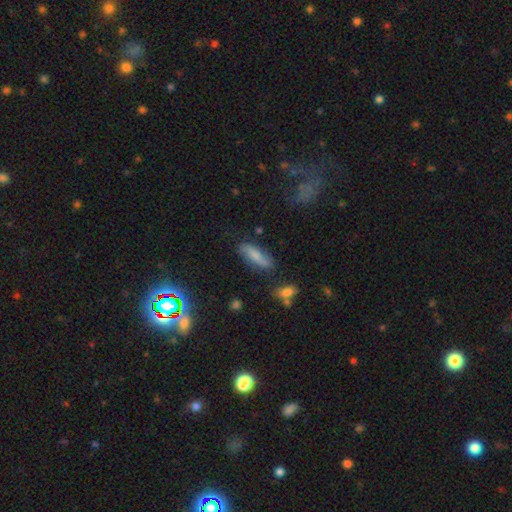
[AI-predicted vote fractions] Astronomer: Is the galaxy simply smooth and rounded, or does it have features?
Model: smooth — 69%.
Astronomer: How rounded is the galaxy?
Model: cigar-shaped — 50% (runner-up: in between, 47%).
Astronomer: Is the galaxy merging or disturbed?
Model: none — 75%.